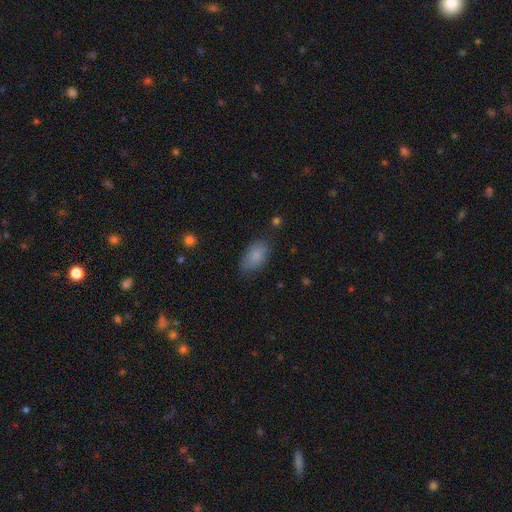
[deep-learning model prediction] smooth_or_featured: smooth (p=0.86) [alt: star or artifact p=0.07]
how_rounded: in between (p=0.93) [alt: round p=0.04]
merging: none (p=0.78) [alt: minor disturbance p=0.16]